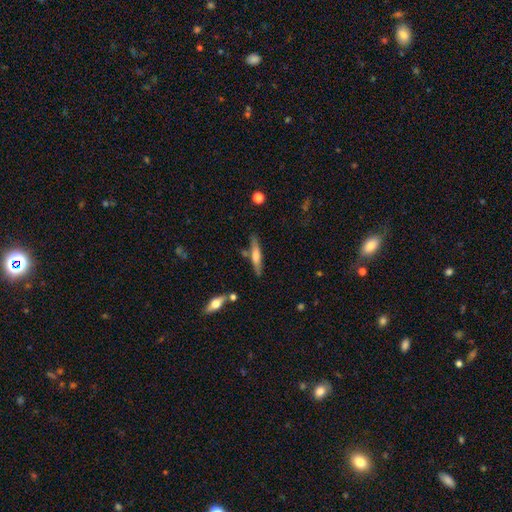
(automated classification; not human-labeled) This is possibly a featured or disk galaxy (48%). Merging: likely none (78%).